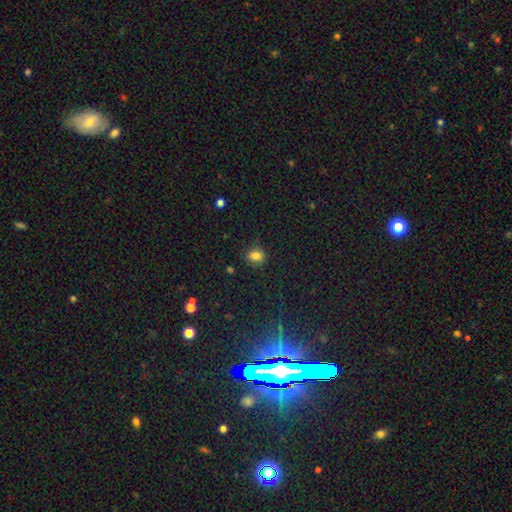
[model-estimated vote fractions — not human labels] Q: Smooth or featured?
A: smooth (82%); runner-up: star or artifact (12%)
Q: How rounded?
A: in between (50%); runner-up: round (49%)
Q: Merging?
A: none (84%); runner-up: minor disturbance (12%)